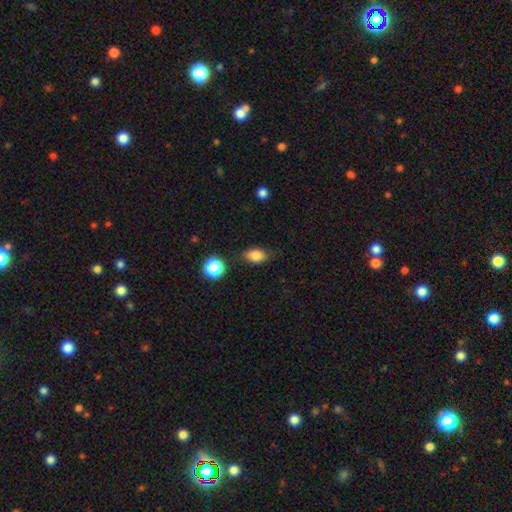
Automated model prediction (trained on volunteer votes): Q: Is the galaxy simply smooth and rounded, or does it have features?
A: smooth — 81%.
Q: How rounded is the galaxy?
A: in between — 78%.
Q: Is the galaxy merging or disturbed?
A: none — 76%.